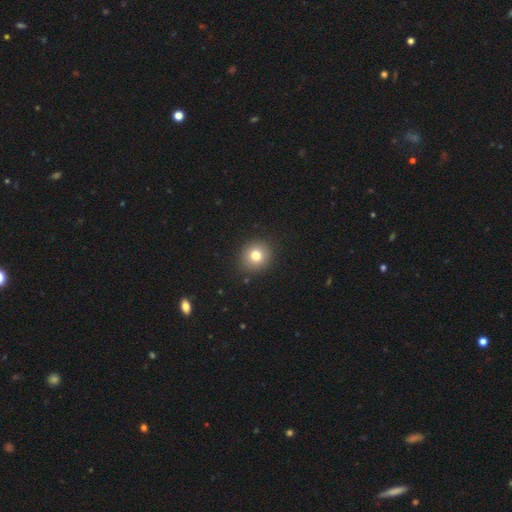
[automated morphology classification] smooth_or_featured: smooth (p=0.78) [alt: star or artifact p=0.12]
how_rounded: round (p=0.86) [alt: in between p=0.13]
merging: none (p=0.90) [alt: minor disturbance p=0.07]